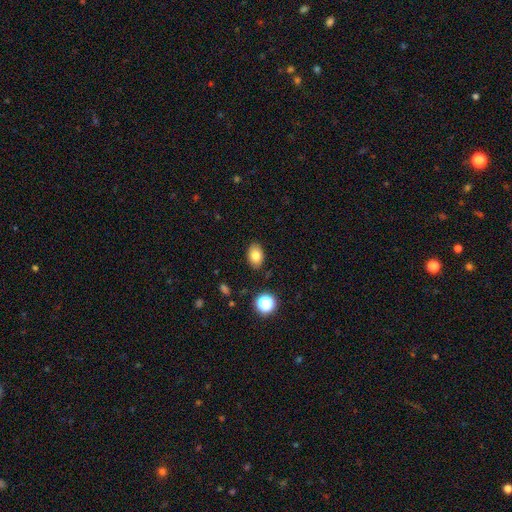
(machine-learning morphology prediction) Smooth or featured?
  - smooth: 80% *
  - star or artifact: 10%
  - featured or disk: 10%
How rounded?
  - in between: 82% *
  - round: 17%
  - cigar-shaped: 1%
Merging?
  - none: 87% *
  - minor disturbance: 9%
  - major disturbance: 2%
  - merger: 2%